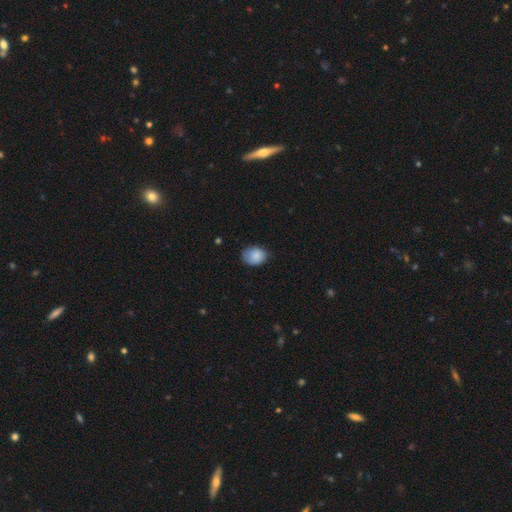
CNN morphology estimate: A smooth galaxy with no disk features (84%) that is in between round and cigar-shaped (64%).

Vote fractions:
- Smooth or featured? smooth: 84% / featured or disk: 8% / star or artifact: 7%
- How rounded? in between: 64% / round: 35% / cigar-shaped: 1%
- Merging? none: 67% / minor disturbance: 27% / major disturbance: 5% / merger: 1%